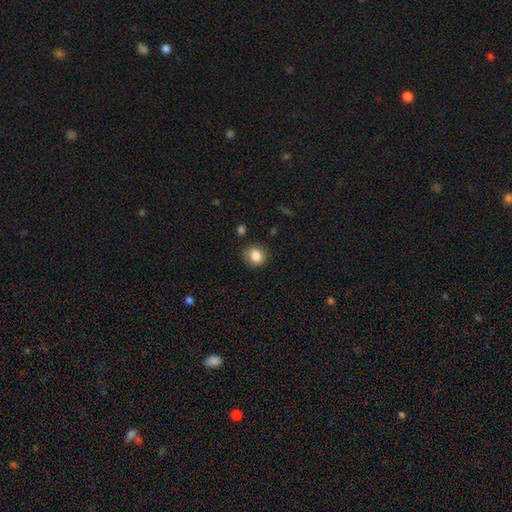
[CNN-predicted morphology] Smooth or featured?
  - smooth: 84% *
  - star or artifact: 9%
  - featured or disk: 7%
How rounded?
  - round: 68% *
  - in between: 31%
  - cigar-shaped: 1%
Merging?
  - none: 76% *
  - minor disturbance: 18%
  - major disturbance: 5%
  - merger: 2%